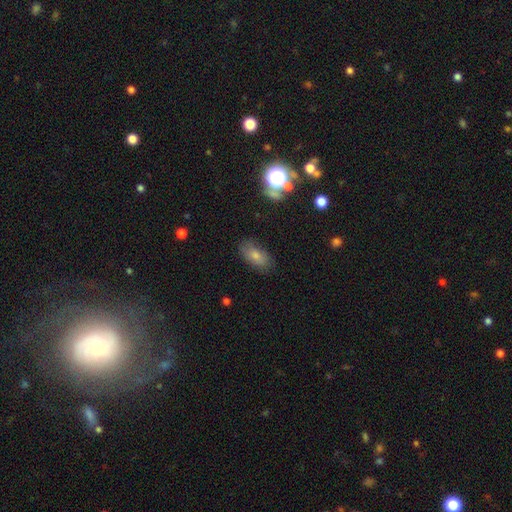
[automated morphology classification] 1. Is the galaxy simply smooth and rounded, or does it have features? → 77% smooth, 13% featured or disk, 10% star or artifact.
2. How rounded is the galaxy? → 90% in between, 5% cigar-shaped, 5% round.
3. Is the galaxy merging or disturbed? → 77% none, 16% minor disturbance, 4% major disturbance, 2% merger.